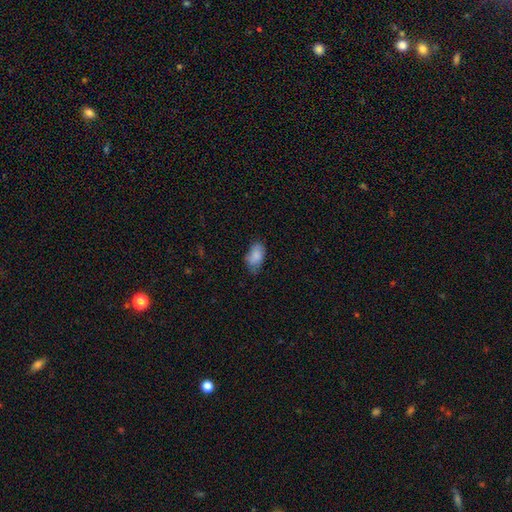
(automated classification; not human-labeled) smooth_or_featured: smooth (p=0.84) [alt: featured or disk p=0.09]
how_rounded: in between (p=0.93) [alt: round p=0.05]
merging: none (p=0.60) [alt: minor disturbance p=0.31]